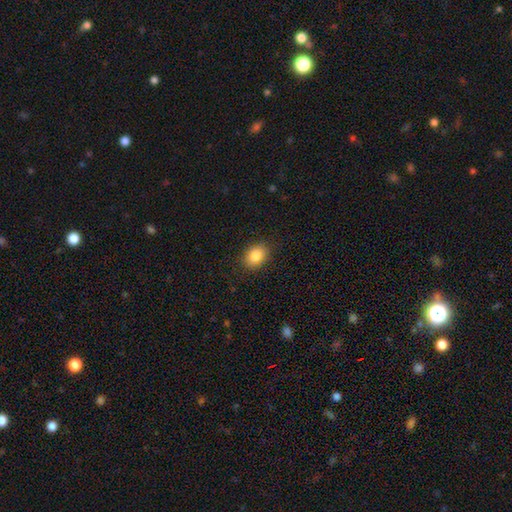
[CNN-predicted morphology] The model was most divided on "how rounded": in between: 63%, round: 36%, cigar-shaped: 1%. More confident: merging — none (87%); smooth or featured — smooth (86%).